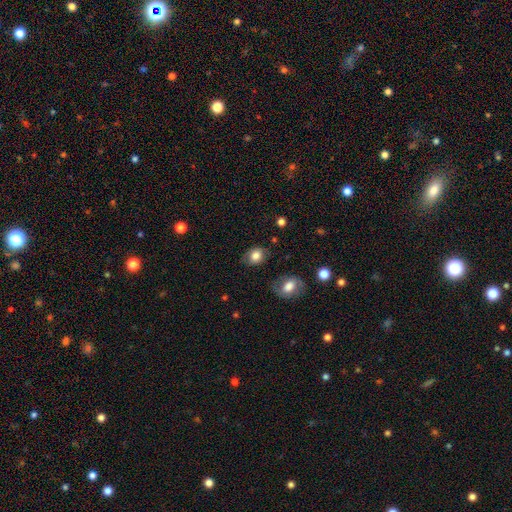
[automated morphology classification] Q: Smooth or featured?
A: smooth (78%); runner-up: featured or disk (13%)
Q: How rounded?
A: in between (59%); runner-up: round (40%)
Q: Merging?
A: none (72%); runner-up: minor disturbance (20%)